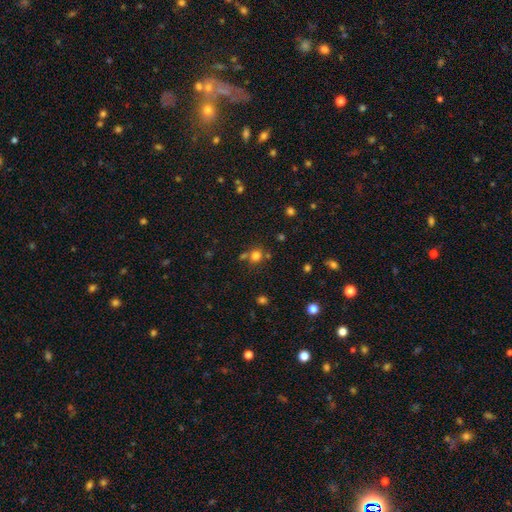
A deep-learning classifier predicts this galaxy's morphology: Smooth or featured?
  - smooth: 76% *
  - star or artifact: 18%
  - featured or disk: 7%
How rounded?
  - round: 86% *
  - in between: 13%
  - cigar-shaped: 1%
Merging?
  - none: 66% *
  - merger: 20%
  - minor disturbance: 10%
  - major disturbance: 4%